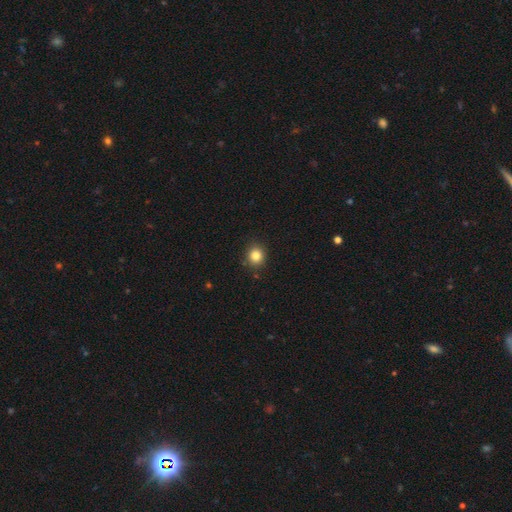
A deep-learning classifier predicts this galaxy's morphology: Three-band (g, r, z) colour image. It shows a smooth galaxy with no disk features (84%) that is round (83%). Merging: none (88%).